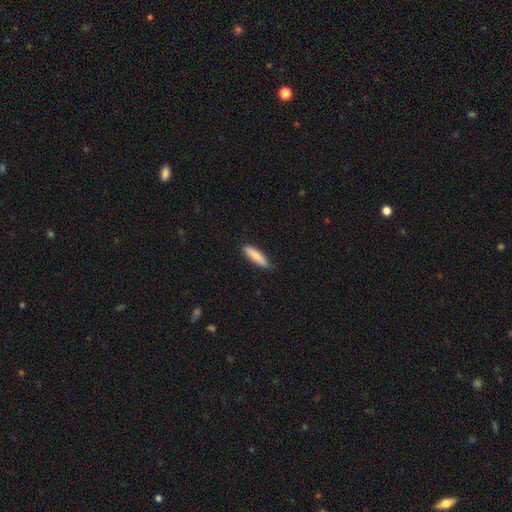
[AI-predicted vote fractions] Overall: smooth (83%). How rounded: cigar-shaped (71%). Merging: none (79%).